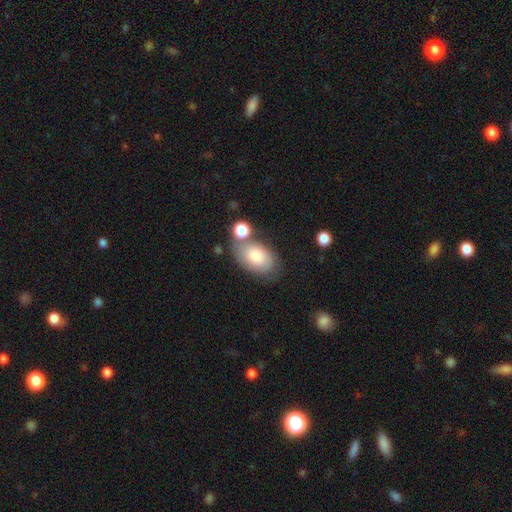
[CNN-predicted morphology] Q: Smooth or featured?
A: smooth (74%); runner-up: featured or disk (19%)
Q: How rounded?
A: in between (88%); runner-up: round (10%)
Q: Merging?
A: none (57%); runner-up: minor disturbance (20%)